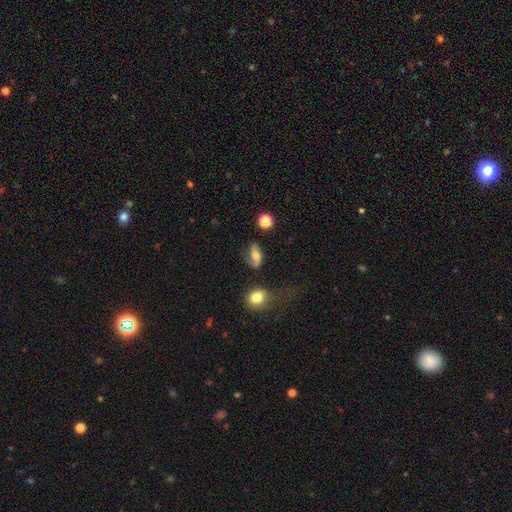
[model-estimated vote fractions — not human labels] Smooth or featured? featured or disk (60%)
Edge-on disk? no (95%)
Bar? no (49%)
Spiral arms? yes (88%)
Spiral winding? loose (59%)
Spiral arm count? 2 (81%)
Bulge size? moderate (60%)
Merging? none (57%)